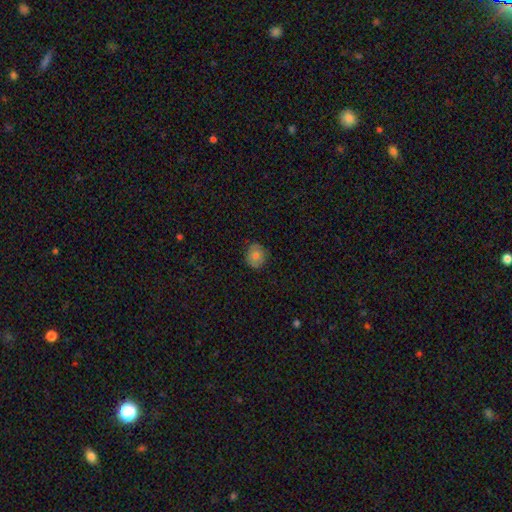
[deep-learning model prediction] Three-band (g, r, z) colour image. It shows a smooth galaxy with no disk features (74%) that is round (77%). Merging: none (82%).